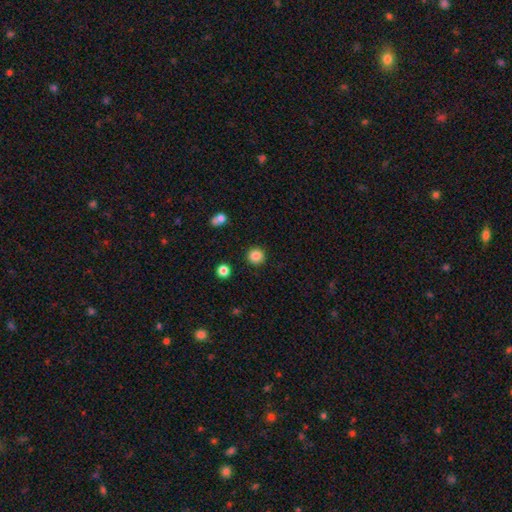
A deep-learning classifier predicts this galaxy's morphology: Q: Smooth or featured?
A: smooth (85%); runner-up: star or artifact (11%)
Q: How rounded?
A: round (93%); runner-up: in between (6%)
Q: Merging?
A: none (91%); runner-up: minor disturbance (5%)